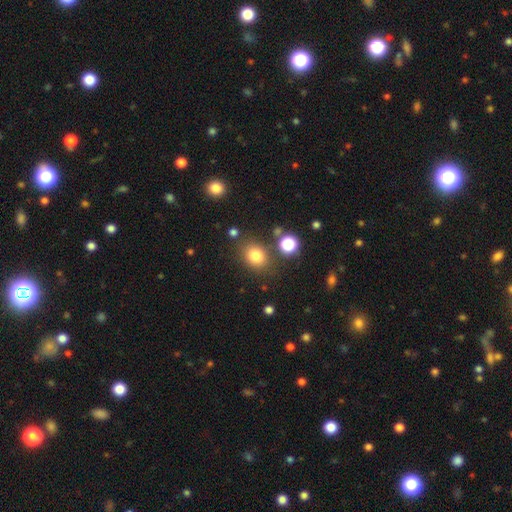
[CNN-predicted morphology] Overall: smooth (79%). How rounded: round (50%; in between 49%). Merging: none (77%).